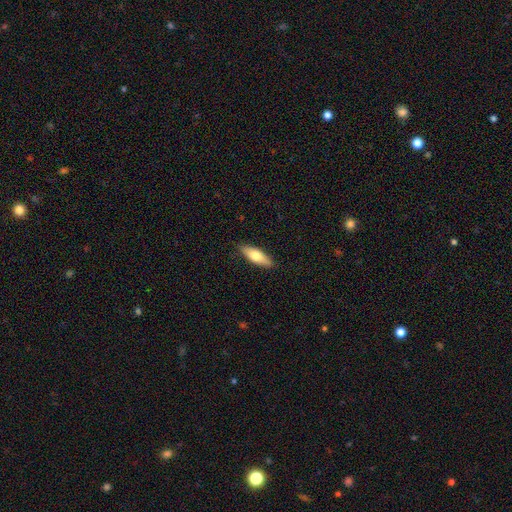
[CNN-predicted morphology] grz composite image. It shows a smooth galaxy with no disk features (70%) that is in between round and cigar-shaped (58%). Merging: none (88%).